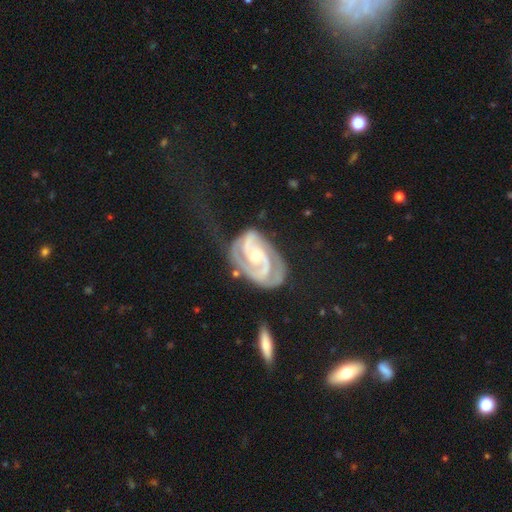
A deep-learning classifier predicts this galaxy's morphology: This is clearly a featured or disk galaxy (92%). It is clearly not viewed edge-on (98%). Bar: possibly no (53%). Spiral arm pattern: clearly yes (98%). Spiral arm count: clearly 2 (81%). Spiral winding: possibly tight (58%). Central bulge: possibly moderate (50%). Merging: likely none (60%).